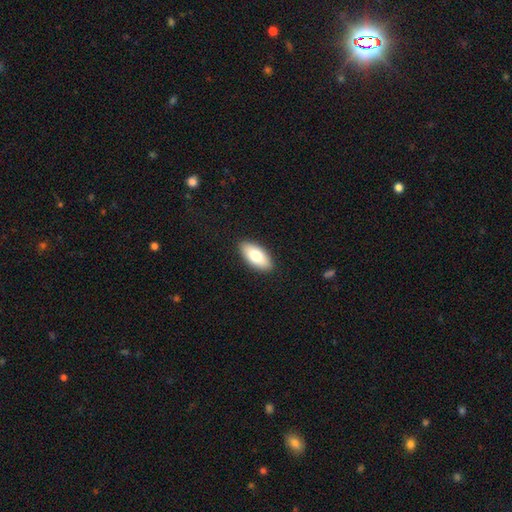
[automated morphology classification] This is likely a smooth galaxy (77%). How rounded: clearly in between (91%). Merging: clearly none (90%).